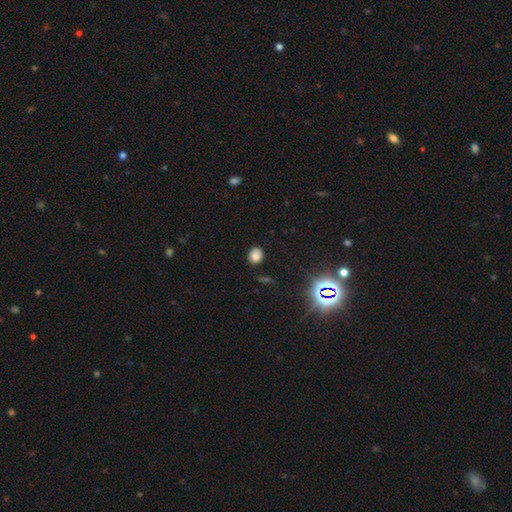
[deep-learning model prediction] Morphology: type=smooth (77%); roundness=round (61%); merging=none (84%).